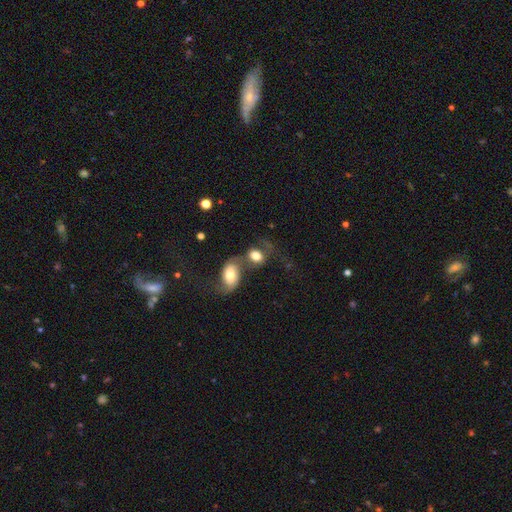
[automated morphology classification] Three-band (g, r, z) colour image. It shows a smooth galaxy with no disk features (60%) that is in between round and cigar-shaped (67%). Merging: merger (58%).